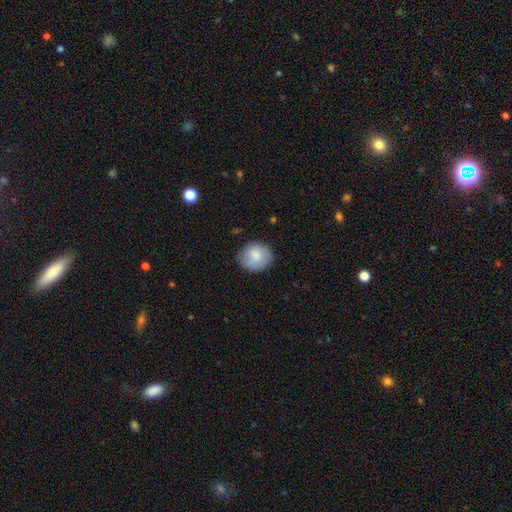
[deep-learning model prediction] Overall: smooth (83%). How rounded: round (74%). Merging: none (81%).